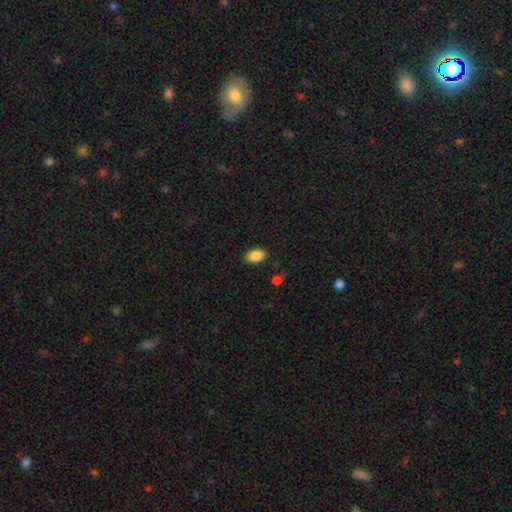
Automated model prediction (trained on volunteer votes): Smooth or featured: smooth — 88% (star or artifact — 8%)
How rounded: in between — 92% (round — 6%)
Merging: none — 86% (minor disturbance — 10%)